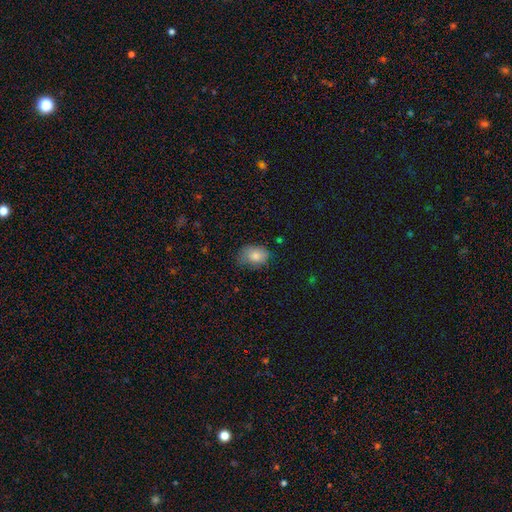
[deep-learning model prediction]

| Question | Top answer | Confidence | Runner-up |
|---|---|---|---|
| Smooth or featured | smooth | 83% | featured or disk (9%) |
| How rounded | in between | 73% | round (26%) |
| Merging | none | 60% | minor disturbance (31%) |